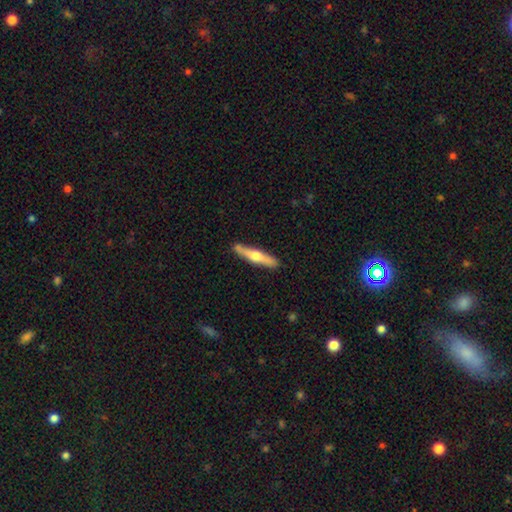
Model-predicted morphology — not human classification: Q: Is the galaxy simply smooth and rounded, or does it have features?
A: featured or disk — 54%.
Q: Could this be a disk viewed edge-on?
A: yes — 95%.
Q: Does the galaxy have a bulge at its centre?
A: rounded — 92%.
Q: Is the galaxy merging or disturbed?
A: none — 85%.